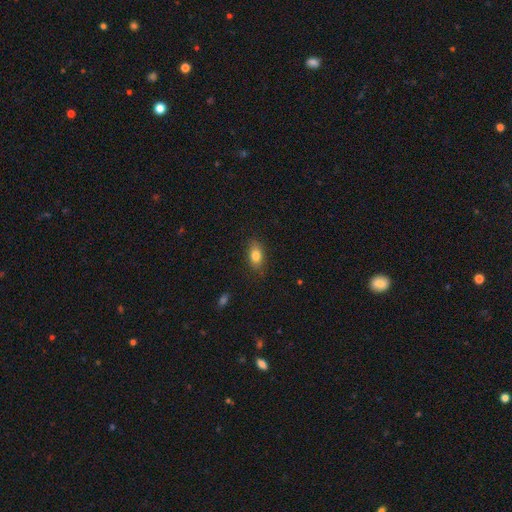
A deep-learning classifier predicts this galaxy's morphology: Q: Smooth or featured?
A: smooth (82%); runner-up: featured or disk (10%)
Q: How rounded?
A: in between (84%); runner-up: round (10%)
Q: Merging?
A: none (83%); runner-up: minor disturbance (13%)